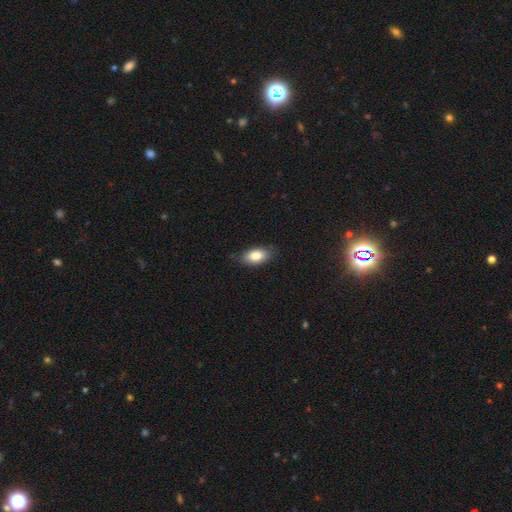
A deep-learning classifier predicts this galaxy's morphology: Smooth or featured? smooth (83%)
How rounded? in between (90%)
Merging? none (79%)